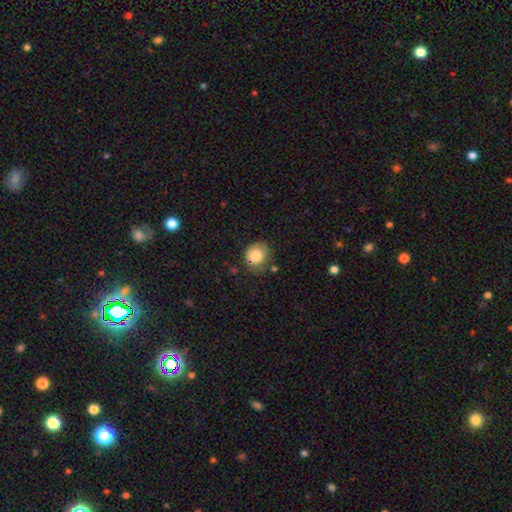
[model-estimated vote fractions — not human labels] The model was most divided on "merging": none: 69%, minor disturbance: 23%, major disturbance: 5%, merger: 3%. More confident: smooth or featured — smooth (82%); how rounded — round (76%).